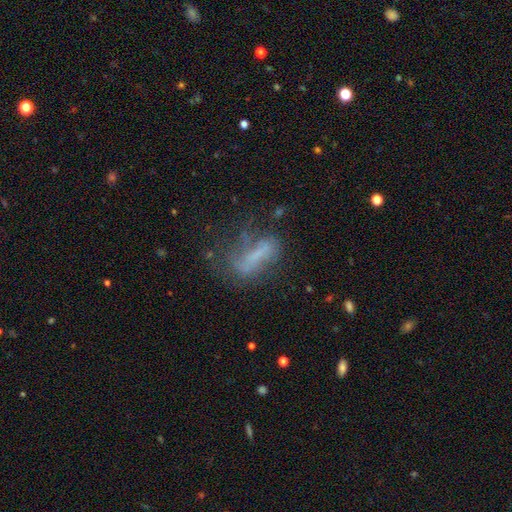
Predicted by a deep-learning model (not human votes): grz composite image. It shows a featured or disk galaxy (42%, tied with smooth). Merging: none (35%, tied with major disturbance).